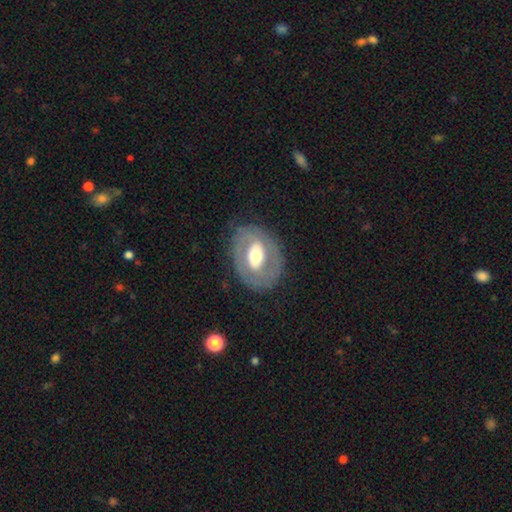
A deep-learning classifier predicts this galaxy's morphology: This is likely a featured or disk galaxy (63%). It is clearly not viewed edge-on (94%). Bar: marginally no (44%). Spiral arm pattern: likely no (60%). Central bulge: possibly moderate (58%). Merging: likely none (76%).